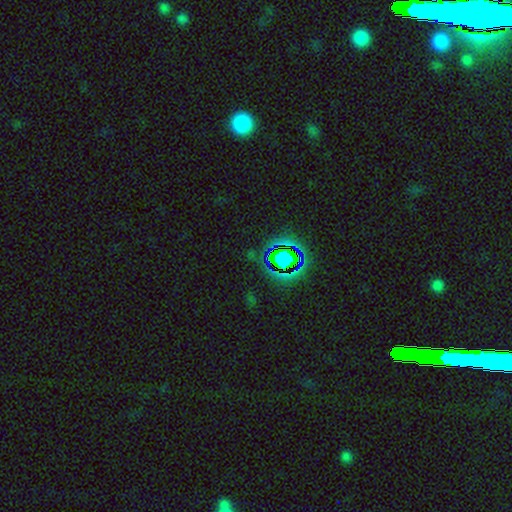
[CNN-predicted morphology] The model was most divided on "smooth or featured": star or artifact: 73%, smooth: 16%, featured or disk: 11%.